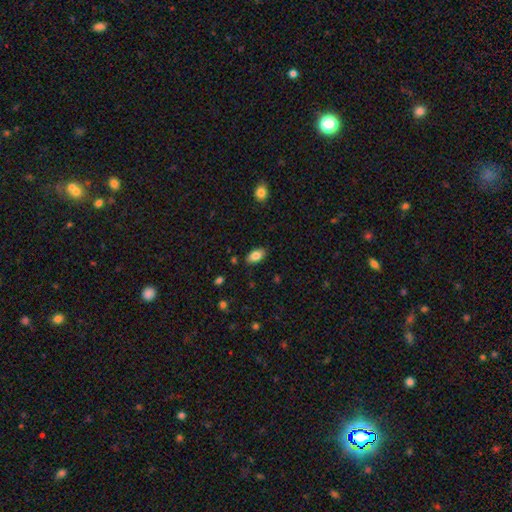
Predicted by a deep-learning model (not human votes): Smooth or featured?
  - smooth: 83% *
  - featured or disk: 9%
  - star or artifact: 8%
How rounded?
  - in between: 92% *
  - round: 5%
  - cigar-shaped: 3%
Merging?
  - none: 85% *
  - minor disturbance: 11%
  - major disturbance: 2%
  - merger: 1%